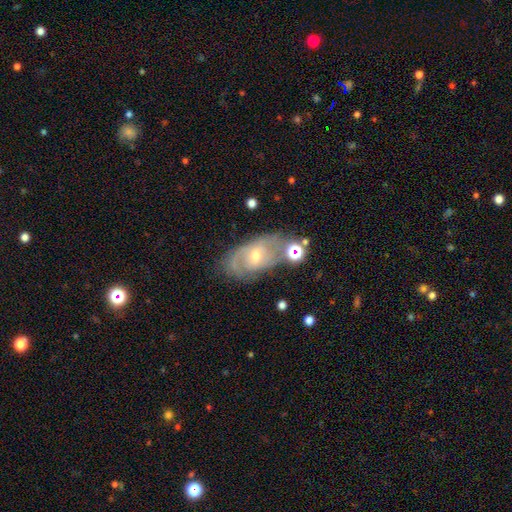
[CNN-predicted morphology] Overall: featured or disk (73%). Edge-on disk: no (93%). Bar: no (54%; weak 37%). Spiral arms: yes (82%). Spiral arm count: 2 (48%; can't tell 33%). Spiral winding: tight (45%; medium 40%). Bulge size: small (52%; moderate 44%). Merging: none (60%; minor disturbance 22%).